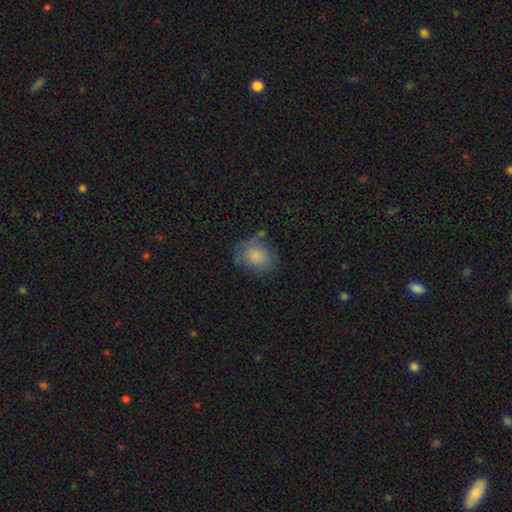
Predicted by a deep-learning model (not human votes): smooth 80%, featured or disk 12%, star or artifact 9%. Down the decision tree: how rounded — in between (56%); merging — none (59%).